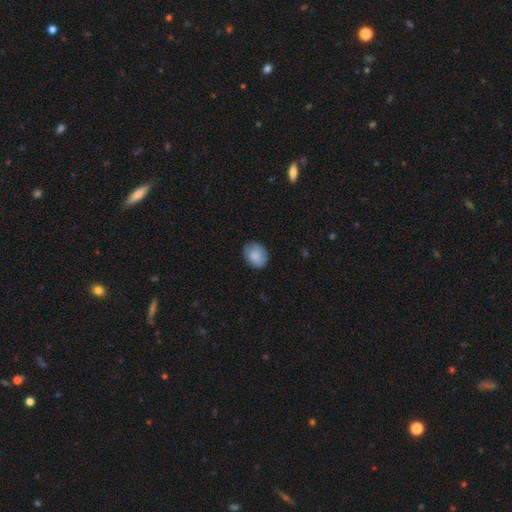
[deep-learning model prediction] Smooth or featured? smooth (86%)
How rounded? round (53%)
Merging? none (84%)